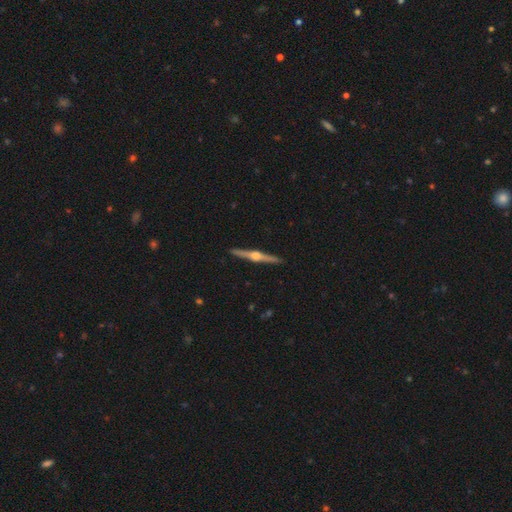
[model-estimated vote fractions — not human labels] A featured or disk galaxy (84%) viewed edge-on (99%) with a rounded central bulge (94%).

Vote fractions:
- Smooth or featured? featured or disk: 84% / smooth: 11% / star or artifact: 5%
- Edge-on disk? yes: 99% / no: 1%
- Edge-on bulge? rounded: 94% / boxy: 3% / none: 2%
- Merging? none: 93% / minor disturbance: 5% / major disturbance: 1% / merger: 1%